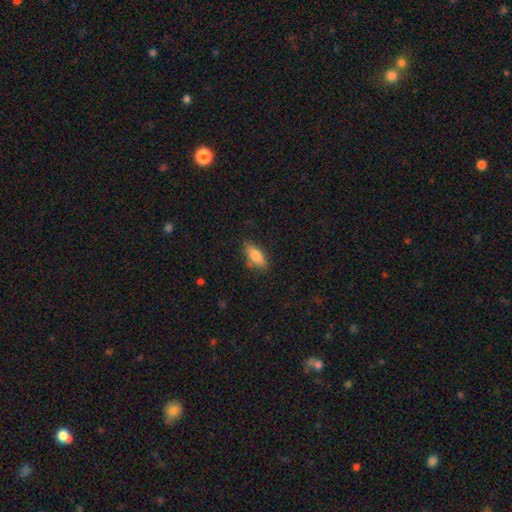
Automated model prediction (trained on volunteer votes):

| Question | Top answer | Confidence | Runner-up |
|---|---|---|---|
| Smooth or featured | smooth | 81% | featured or disk (12%) |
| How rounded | in between | 76% | cigar-shaped (22%) |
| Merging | none | 79% | minor disturbance (16%) |